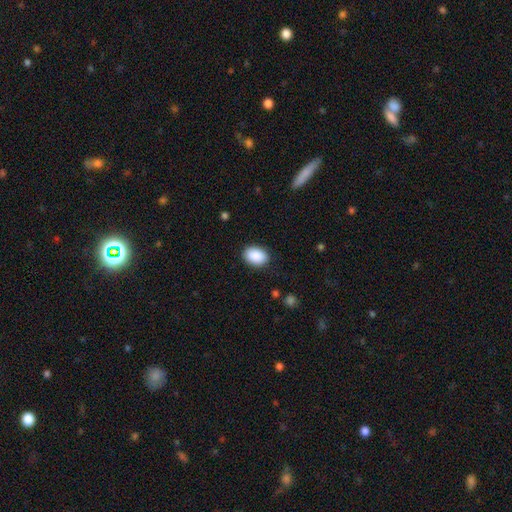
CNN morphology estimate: A smooth galaxy with no disk features (90%) that is in between round and cigar-shaped (82%).

Vote fractions:
- Smooth or featured? smooth: 90% / star or artifact: 7% / featured or disk: 3%
- How rounded? in between: 82% / round: 17% / cigar-shaped: 1%
- Merging? none: 88% / minor disturbance: 8% / major disturbance: 2% / merger: 1%